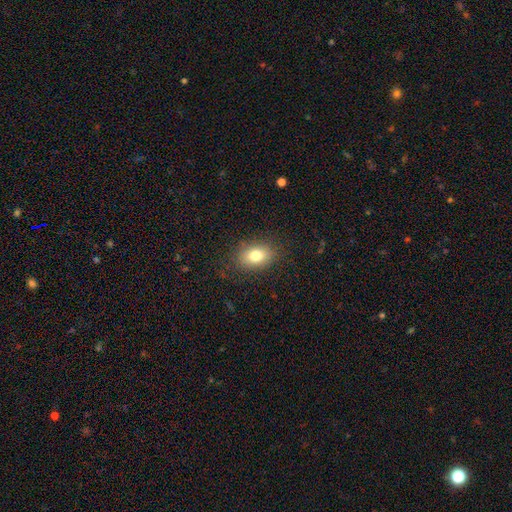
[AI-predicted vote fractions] This is likely a smooth galaxy (79%). How rounded: clearly in between (81%). Merging: clearly none (84%).